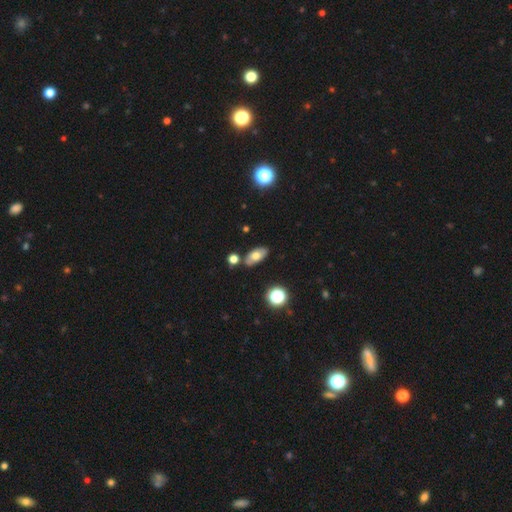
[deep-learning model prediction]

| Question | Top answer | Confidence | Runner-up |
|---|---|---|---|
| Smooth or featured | smooth | 65% | featured or disk (24%) |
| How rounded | in between | 89% | round (6%) |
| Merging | none | 76% | minor disturbance (13%) |